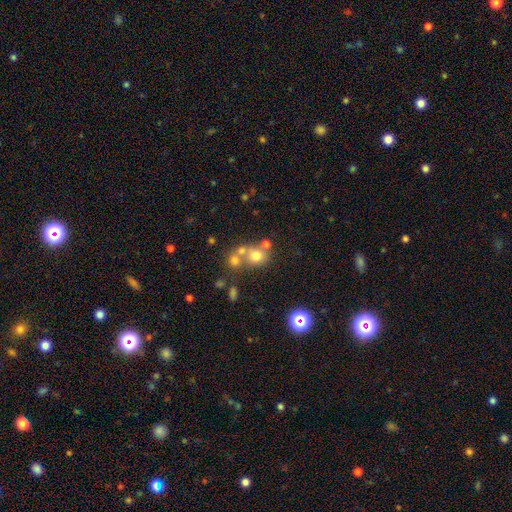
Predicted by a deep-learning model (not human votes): smooth-or-featured: smooth: 68% | featured or disk: 16% | star or artifact: 16%
  how-rounded: round: 77% | in between: 22% | cigar-shaped: 1%
  merging: none: 46% | merger: 40% | minor disturbance: 9% | major disturbance: 5%